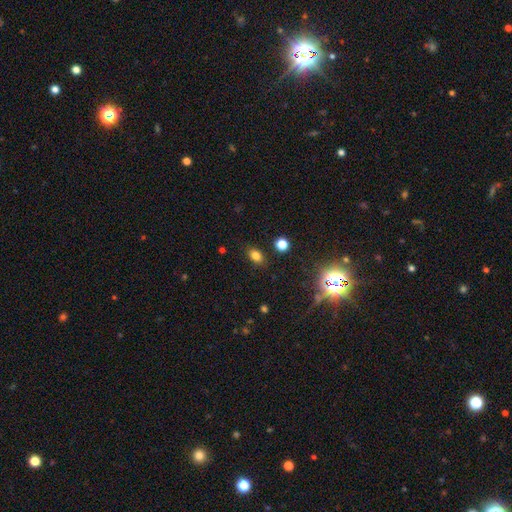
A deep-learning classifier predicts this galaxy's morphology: Smooth or featured: smooth — 78% (star or artifact — 16%)
How rounded: in between — 76% (round — 22%)
Merging: none — 86% (minor disturbance — 10%)